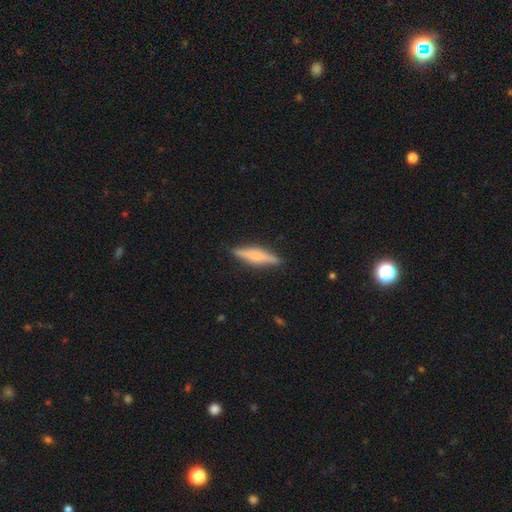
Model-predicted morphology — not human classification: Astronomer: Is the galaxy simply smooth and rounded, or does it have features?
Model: smooth — 47%, tied with featured or disk at 47%.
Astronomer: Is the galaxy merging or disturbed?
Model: none — 88%.